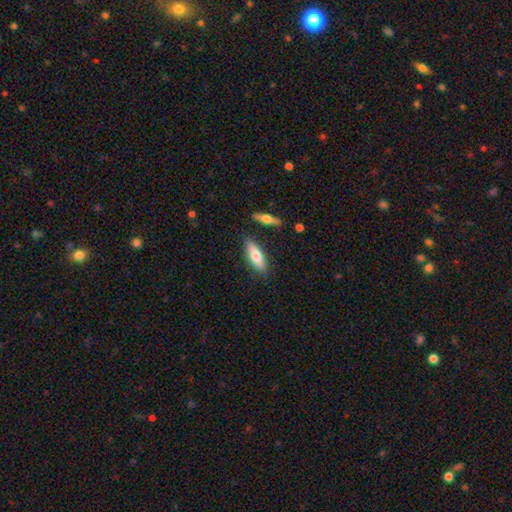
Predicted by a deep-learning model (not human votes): A smooth galaxy with no disk features (64%) that is in between round and cigar-shaped (49%, tied with cigar-shaped). Merging: none (80%).